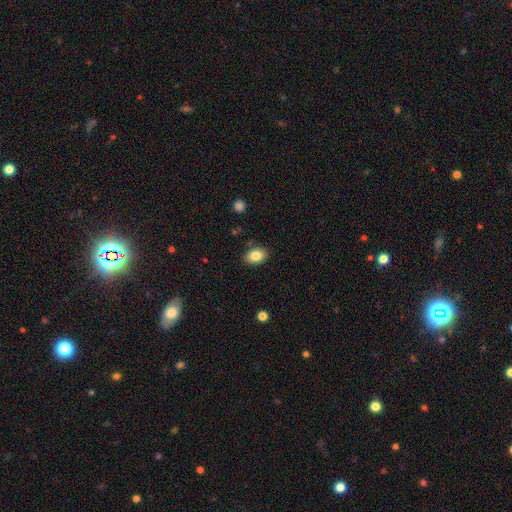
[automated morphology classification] Smooth or featured? smooth (84%)
How rounded? in between (80%)
Merging? none (85%)